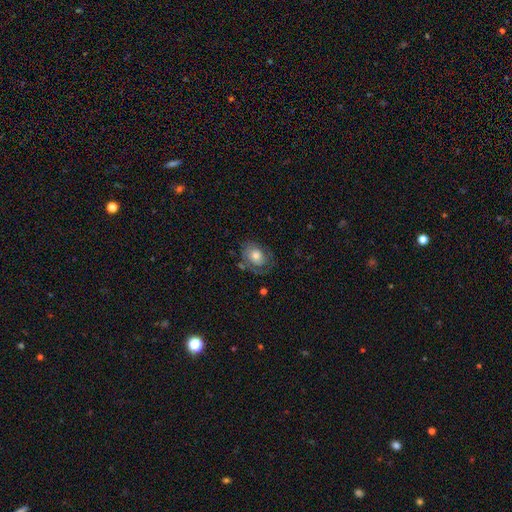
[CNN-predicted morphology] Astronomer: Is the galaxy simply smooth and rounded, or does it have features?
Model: featured or disk — 58% (runner-up: smooth, 34%).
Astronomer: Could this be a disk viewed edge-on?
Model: no — 96%.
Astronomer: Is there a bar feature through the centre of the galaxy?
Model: no — 81%.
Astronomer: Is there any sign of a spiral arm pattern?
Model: yes — 77%.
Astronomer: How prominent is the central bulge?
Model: moderate — 59%.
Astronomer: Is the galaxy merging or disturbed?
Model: none — 56%.